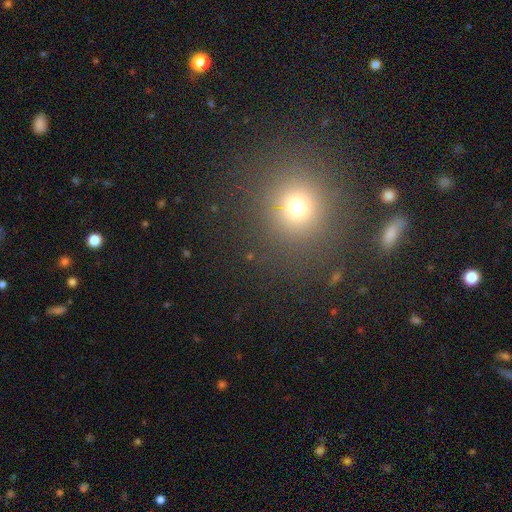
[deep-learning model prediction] This appears to be a smooth galaxy with no disk features (59%) that is round (91%). Merging: none (89%).